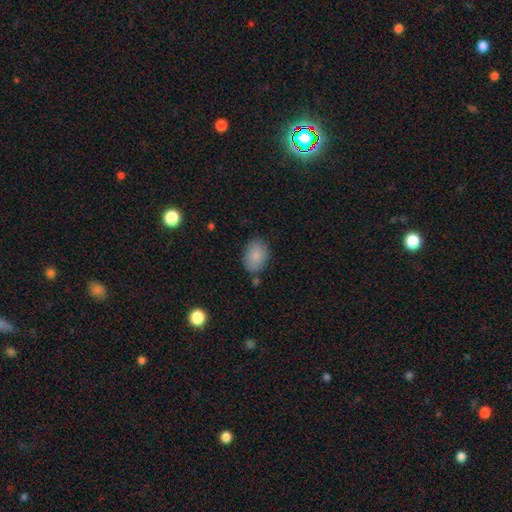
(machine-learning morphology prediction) smooth 85%, star or artifact 7%, featured or disk 7%. Down the decision tree: how rounded — in between (80%); merging — none (76%).